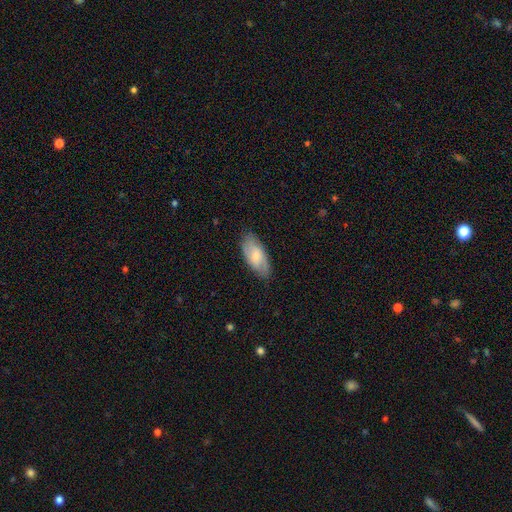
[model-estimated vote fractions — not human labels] The model was most divided on "smooth or featured": smooth: 57%, featured or disk: 37%, star or artifact: 6%. More confident: how rounded — in between (89%); merging — none (80%).